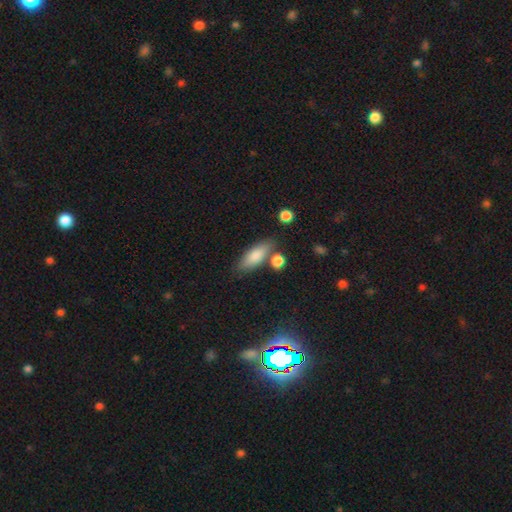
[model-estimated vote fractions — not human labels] Overall: smooth (81%). How rounded: in between (72%). Merging: none (70%).